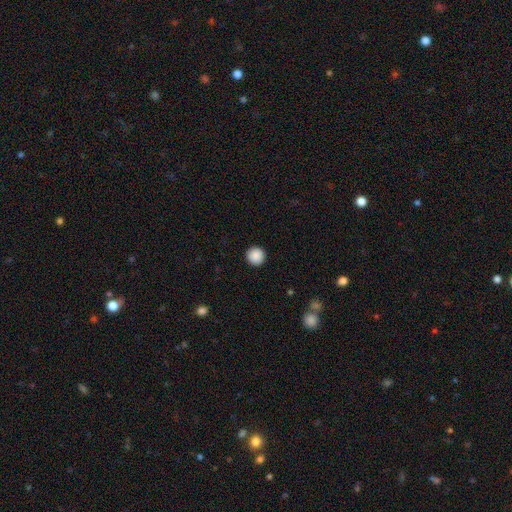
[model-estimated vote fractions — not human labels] smooth-or-featured: smooth: 89% | star or artifact: 8% | featured or disk: 3%
  how-rounded: round: 96% | in between: 3% | cigar-shaped: 1%
  merging: none: 93% | minor disturbance: 4% | major disturbance: 2% | merger: 1%